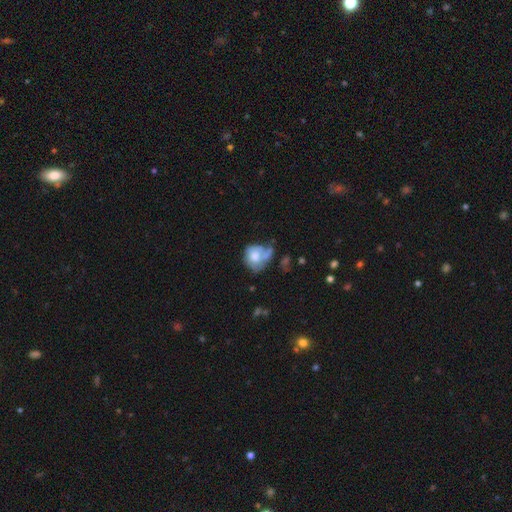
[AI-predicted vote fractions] Smooth or featured?
  - smooth: 57% *
  - featured or disk: 34%
  - star or artifact: 9%
How rounded?
  - round: 58% *
  - in between: 41%
  - cigar-shaped: 1%
Merging?
  - major disturbance: 27% *
  - merger: 26%
  - none: 26%
  - minor disturbance: 21%